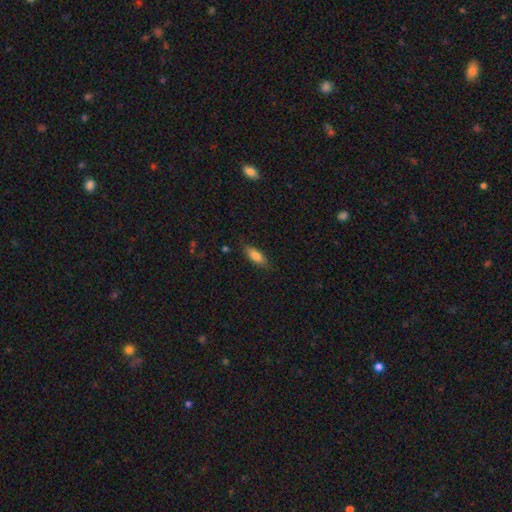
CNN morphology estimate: smooth 80%, featured or disk 13%, star or artifact 7%. Down the decision tree: how rounded — in between (74%); merging — none (83%).